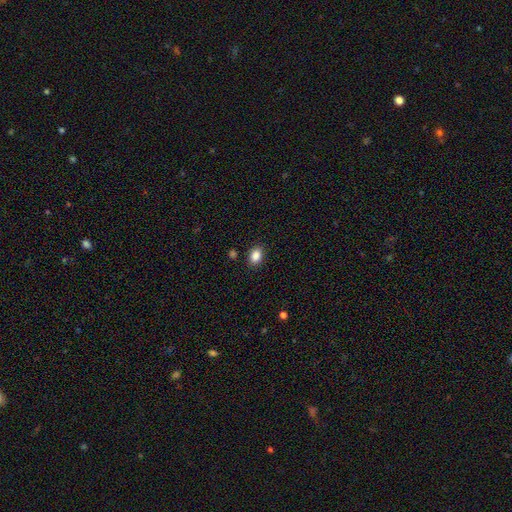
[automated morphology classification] A smooth galaxy with no disk features (87%) that is in between round and cigar-shaped (73%). Merging: none (87%).